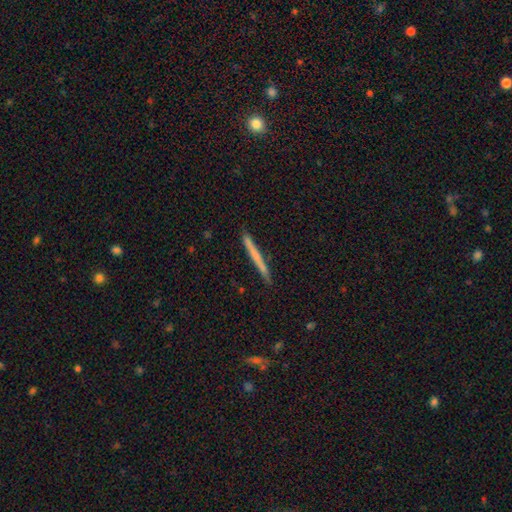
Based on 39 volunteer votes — Volunteers were most divided on "smooth or featured": smooth: 59%, featured or disk: 41%, star or artifact: 0%. More confident: how rounded — cigar-shaped (100%); merging — none (90%).